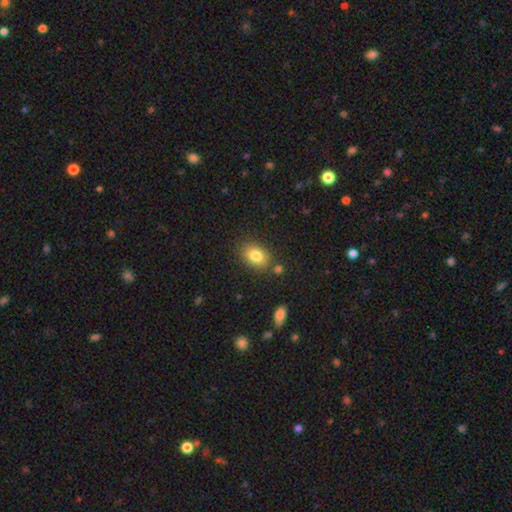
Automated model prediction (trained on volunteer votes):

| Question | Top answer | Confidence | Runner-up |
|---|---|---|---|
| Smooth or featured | smooth | 82% | featured or disk (9%) |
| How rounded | in between | 81% | round (18%) |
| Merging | none | 80% | minor disturbance (12%) |